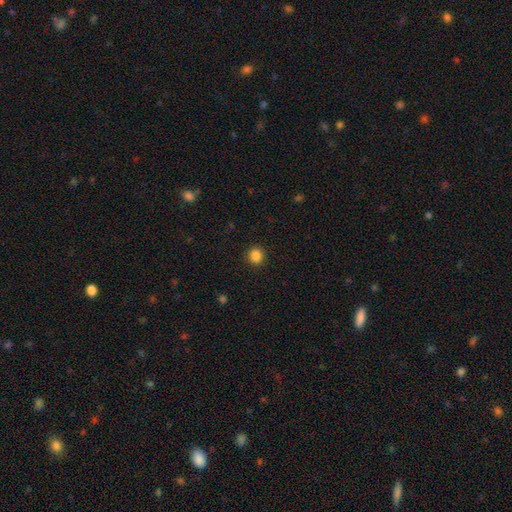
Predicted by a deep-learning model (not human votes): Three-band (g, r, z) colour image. It shows a smooth galaxy with no disk features (86%) that is round (87%). Merging: none (91%).